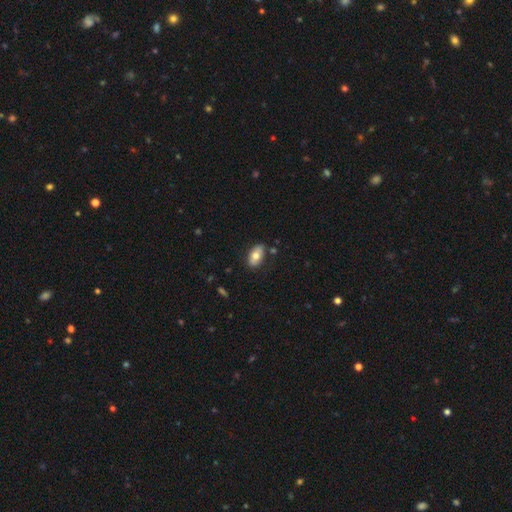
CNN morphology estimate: smooth_or_featured: smooth (p=0.71) [alt: featured or disk p=0.22]
how_rounded: in between (p=0.92) [alt: round p=0.05]
merging: none (p=0.80) [alt: minor disturbance p=0.15]